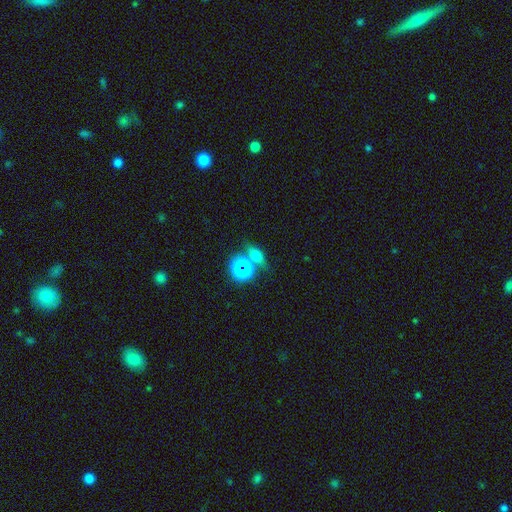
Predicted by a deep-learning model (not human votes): A smooth galaxy with no disk features (62%) that is in between round and cigar-shaped (51%).

Vote fractions:
- Smooth or featured? smooth: 62% / star or artifact: 24% / featured or disk: 15%
- How rounded? in between: 51% / round: 36% / cigar-shaped: 13%
- Merging? none: 64% / merger: 21% / minor disturbance: 11% / major disturbance: 5%